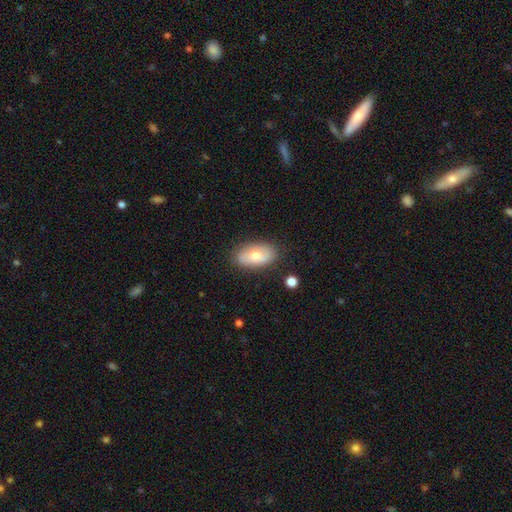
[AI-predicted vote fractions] Q: Smooth or featured?
A: smooth (66%); runner-up: featured or disk (27%)
Q: How rounded?
A: in between (92%); runner-up: round (5%)
Q: Merging?
A: none (83%); runner-up: minor disturbance (13%)